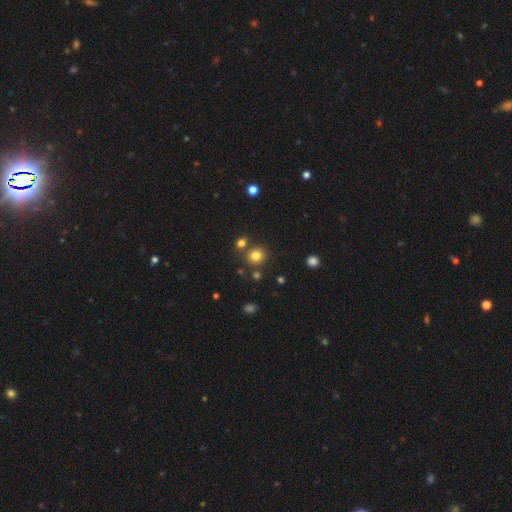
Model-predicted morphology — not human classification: type=smooth (80%); roundness=round (85%); merging=none (76%).